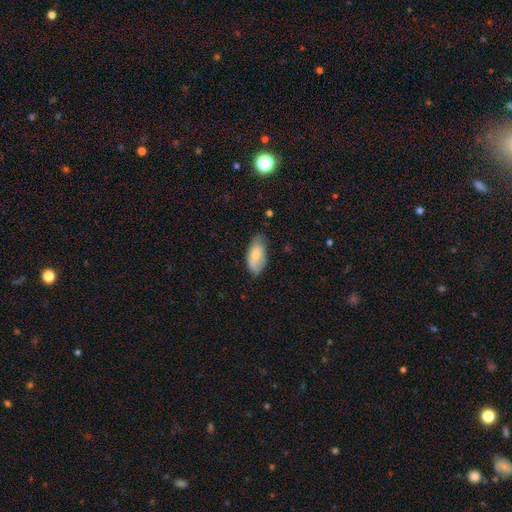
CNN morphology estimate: A smooth galaxy with no disk features (74%) that is in between round and cigar-shaped (91%).

Vote fractions:
- Smooth or featured? smooth: 74% / featured or disk: 20% / star or artifact: 6%
- How rounded? in between: 91% / cigar-shaped: 6% / round: 3%
- Merging? none: 63% / minor disturbance: 30% / major disturbance: 5% / merger: 2%